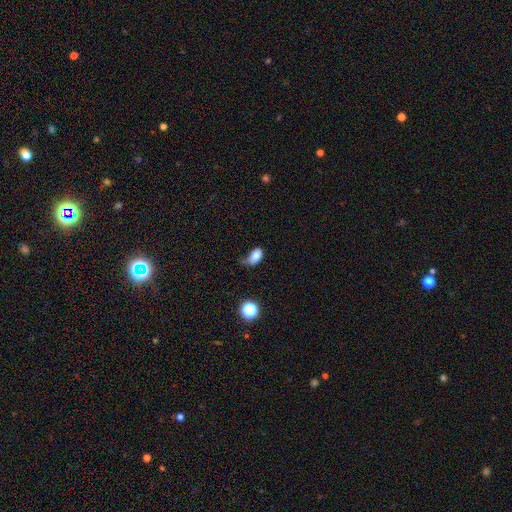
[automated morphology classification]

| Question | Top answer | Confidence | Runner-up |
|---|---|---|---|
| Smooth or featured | smooth | 82% | star or artifact (11%) |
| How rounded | in between | 87% | round (11%) |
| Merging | minor disturbance | 38% | none (36%) |